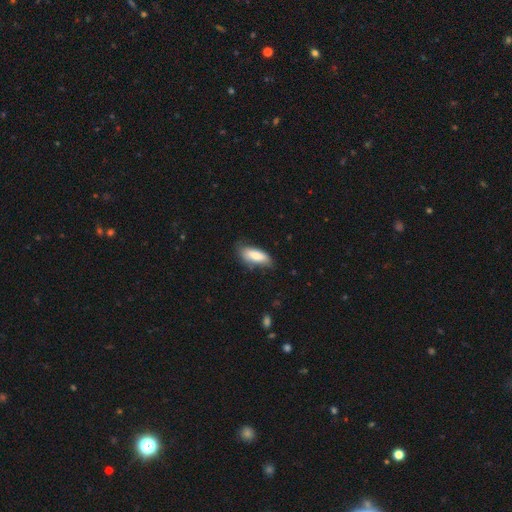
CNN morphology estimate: A smooth galaxy with no disk features (81%) that is in between round and cigar-shaped (77%). Merging: none (65%).